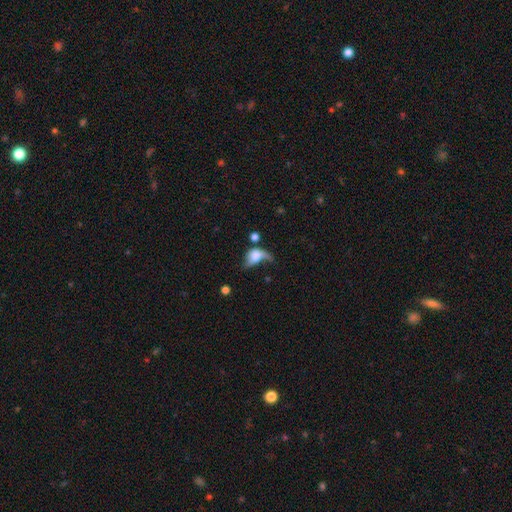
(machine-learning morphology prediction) Smooth or featured: smooth — 56% (featured or disk — 34%)
How rounded: in between — 67% (round — 30%)
Merging: major disturbance — 46% (merger — 19%)